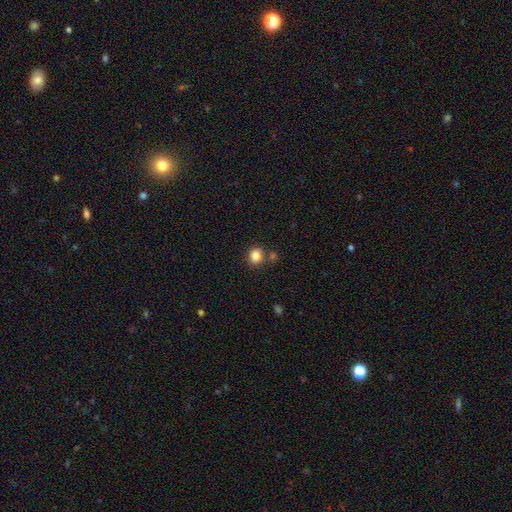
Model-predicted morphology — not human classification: The model was most divided on "how rounded": round: 64%, in between: 35%, cigar-shaped: 1%. More confident: smooth or featured — smooth (84%); merging — none (72%).